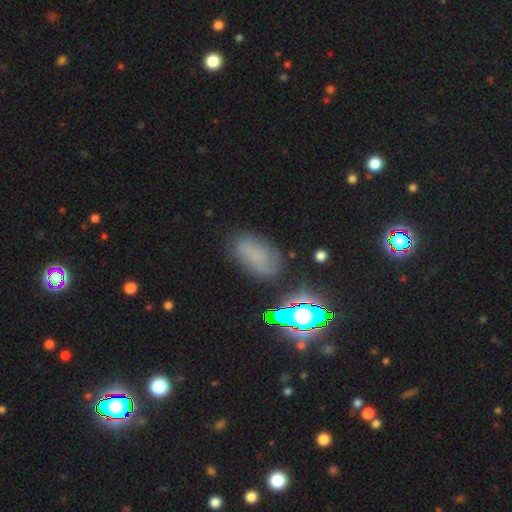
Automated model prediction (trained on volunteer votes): smooth 58%, star or artifact 25%, featured or disk 17%. Down the decision tree: how rounded — in between (88%); merging — none (71%).